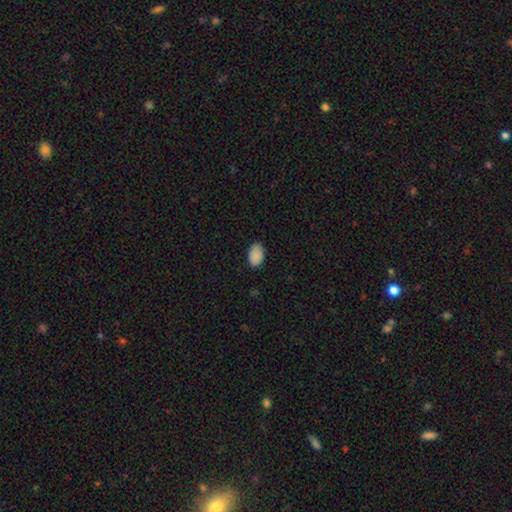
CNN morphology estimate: Smooth or featured? smooth (90%)
How rounded? in between (90%)
Merging? none (85%)